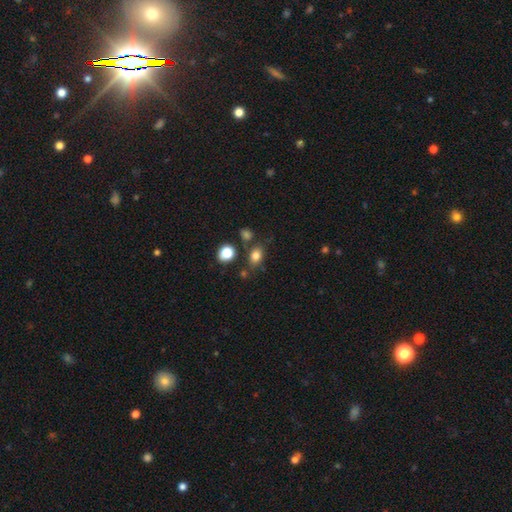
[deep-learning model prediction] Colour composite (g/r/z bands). It shows a smooth galaxy with no disk features (79%) that is in between round and cigar-shaped (65%). Merging: none (70%).